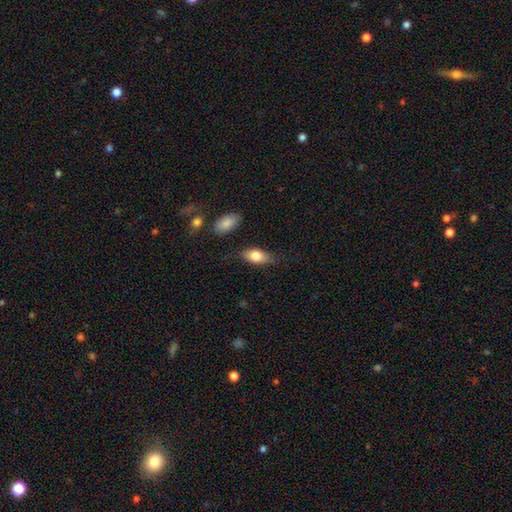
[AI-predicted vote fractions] A smooth galaxy with no disk features (75%) that is in between round and cigar-shaped (85%).

Vote fractions:
- Smooth or featured? smooth: 75% / featured or disk: 18% / star or artifact: 7%
- How rounded? in between: 85% / cigar-shaped: 10% / round: 5%
- Merging? none: 72% / minor disturbance: 20% / major disturbance: 5% / merger: 3%